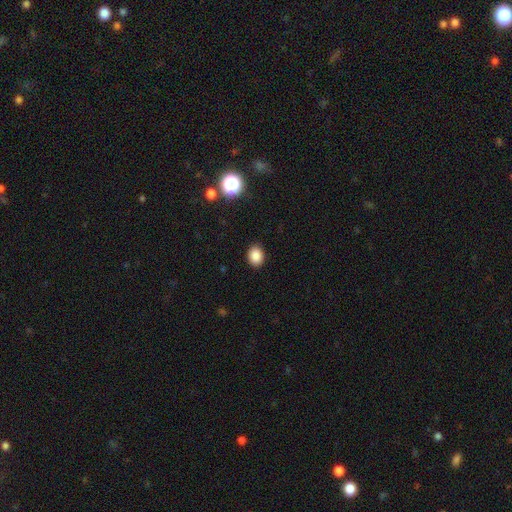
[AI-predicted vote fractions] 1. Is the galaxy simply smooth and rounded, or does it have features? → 86% smooth, 10% star or artifact, 3% featured or disk.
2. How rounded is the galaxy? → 56% in between, 43% round, 1% cigar-shaped.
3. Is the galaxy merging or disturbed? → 89% none, 8% minor disturbance, 2% major disturbance, 1% merger.